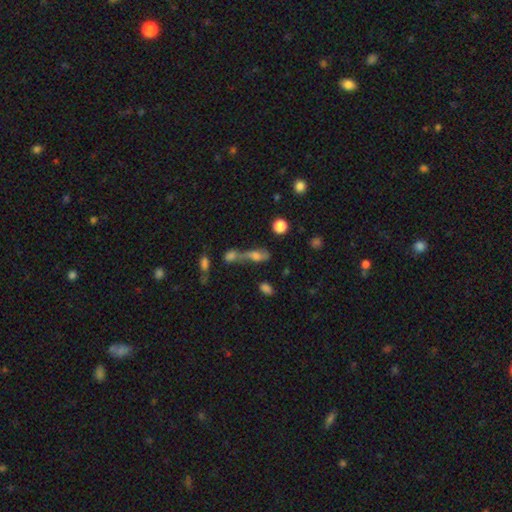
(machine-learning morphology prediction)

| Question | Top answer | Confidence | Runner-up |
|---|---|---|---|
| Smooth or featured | smooth | 57% | featured or disk (26%) |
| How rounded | in between | 58% | cigar-shaped (27%) |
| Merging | merger | 49% | none (29%) |